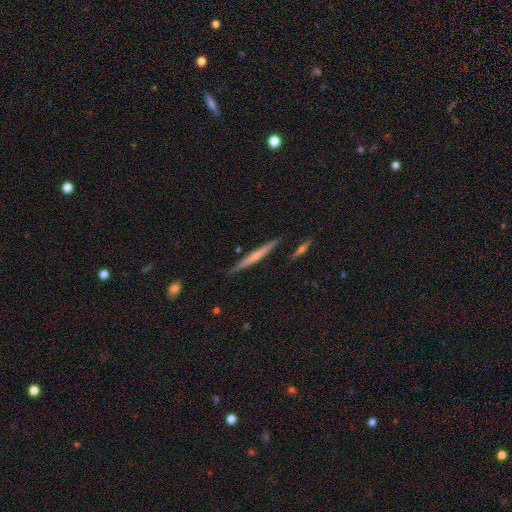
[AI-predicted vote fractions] Q: Smooth or featured?
A: featured or disk (48%); runner-up: smooth (46%)
Q: Merging?
A: none (88%); runner-up: minor disturbance (8%)